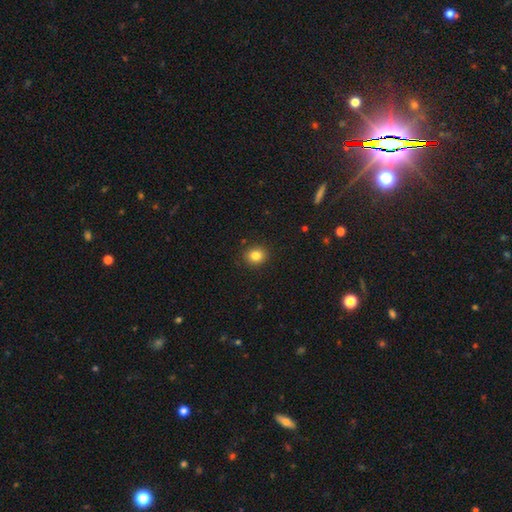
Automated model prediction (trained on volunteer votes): Morphology: type=smooth (83%); roundness=round (74%); merging=none (90%).